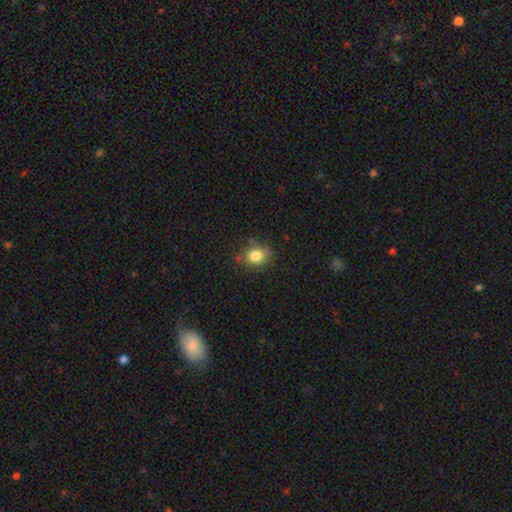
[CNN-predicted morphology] Smooth or featured: smooth — 82% (star or artifact — 10%)
How rounded: round — 56% (in between — 43%)
Merging: none — 75% (minor disturbance — 18%)